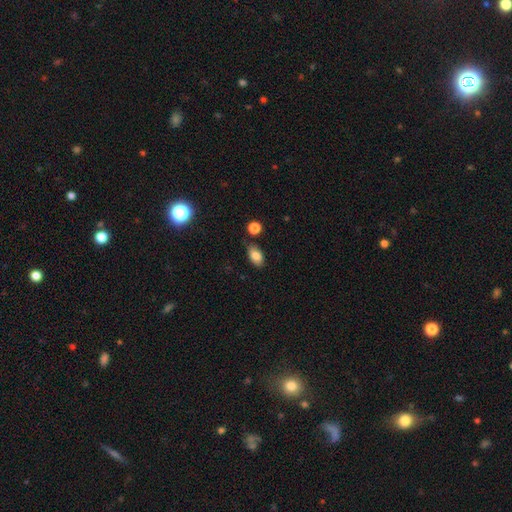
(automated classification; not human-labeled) smooth 83%, star or artifact 9%, featured or disk 8%. Down the decision tree: how rounded — in between (90%); merging — none (74%).